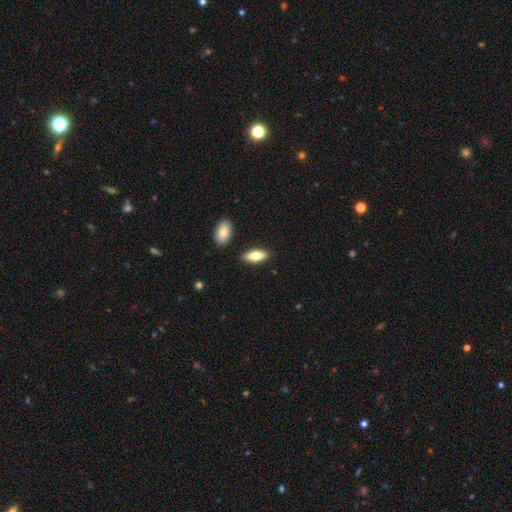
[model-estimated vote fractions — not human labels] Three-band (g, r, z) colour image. It shows a smooth galaxy with no disk features (74%) that is in between round and cigar-shaped (74%). Merging: none (86%).